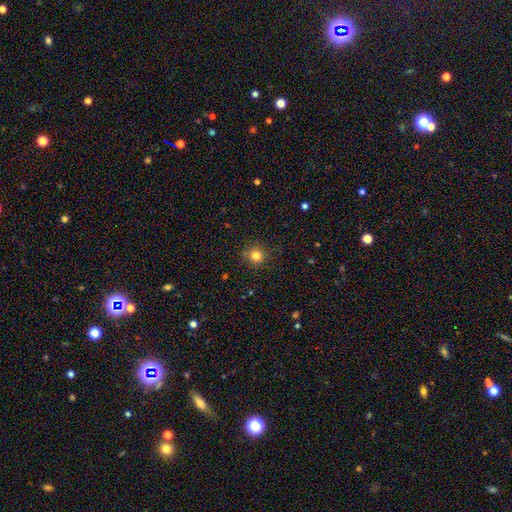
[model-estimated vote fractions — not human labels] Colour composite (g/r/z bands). It shows a smooth galaxy with no disk features (81%) that is round (94%). Merging: none (89%).